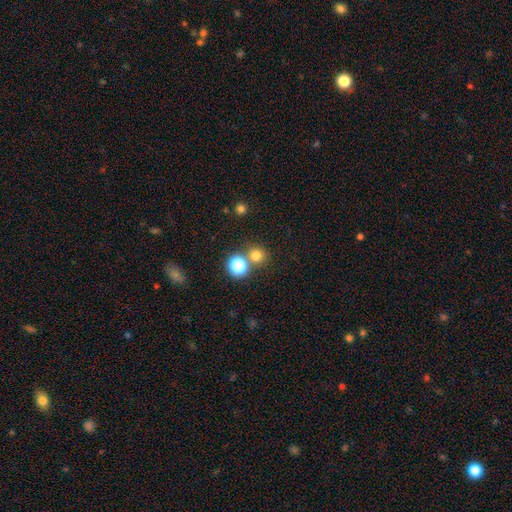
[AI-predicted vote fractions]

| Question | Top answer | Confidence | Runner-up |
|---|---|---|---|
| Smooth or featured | smooth | 73% | star or artifact (21%) |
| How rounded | round | 92% | in between (7%) |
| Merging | none | 74% | merger (17%) |